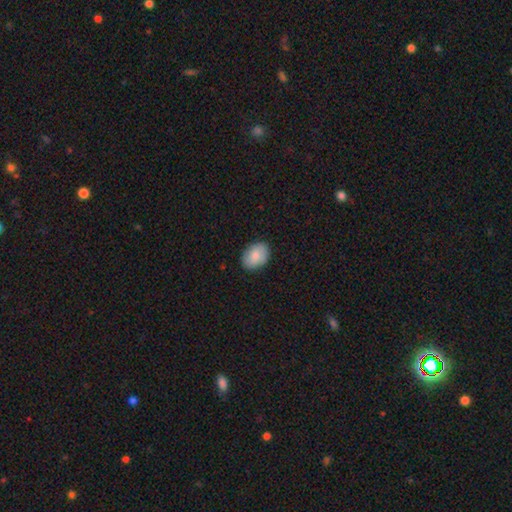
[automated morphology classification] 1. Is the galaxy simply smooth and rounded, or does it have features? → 82% smooth, 11% featured or disk, 6% star or artifact.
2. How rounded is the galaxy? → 79% in between, 20% round, 1% cigar-shaped.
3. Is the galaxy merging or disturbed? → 87% none, 10% minor disturbance, 2% major disturbance, 1% merger.